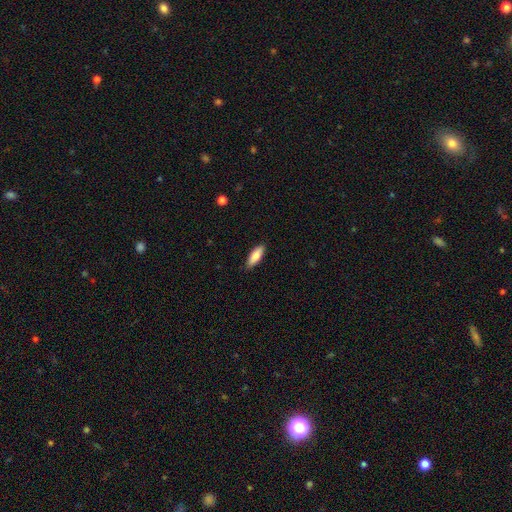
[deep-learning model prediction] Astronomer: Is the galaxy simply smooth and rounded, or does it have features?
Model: smooth — 81%.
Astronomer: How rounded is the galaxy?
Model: in between — 69%.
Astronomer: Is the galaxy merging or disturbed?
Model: none — 87%.